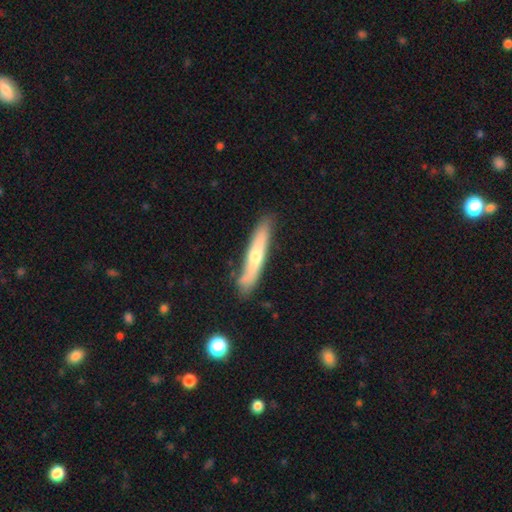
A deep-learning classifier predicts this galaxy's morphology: Smooth or featured?
  - featured or disk: 51% *
  - smooth: 42%
  - star or artifact: 7%
Edge-on disk?
  - yes: 83% *
  - no: 17%
Merging?
  - none: 81% *
  - minor disturbance: 14%
  - major disturbance: 3%
  - merger: 2%